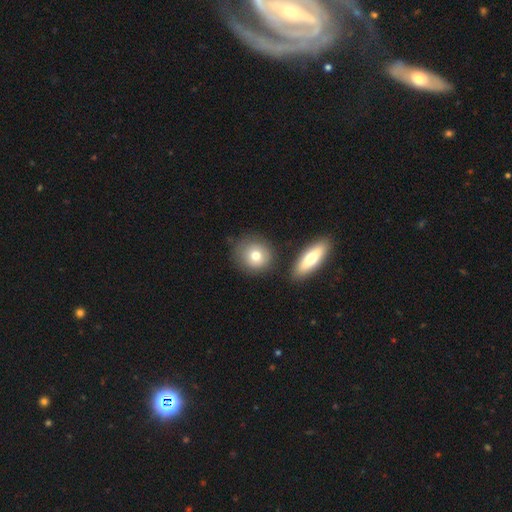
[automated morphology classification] type=smooth (75%); roundness=round (82%); merging=none (75%).